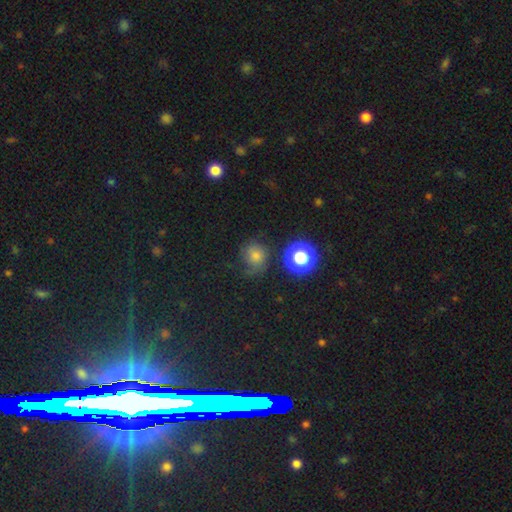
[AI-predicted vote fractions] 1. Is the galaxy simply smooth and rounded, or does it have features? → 64% smooth, 22% star or artifact, 14% featured or disk.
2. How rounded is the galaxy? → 82% round, 17% in between, 1% cigar-shaped.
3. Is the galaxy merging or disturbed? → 59% none, 24% minor disturbance, 14% major disturbance, 4% merger.